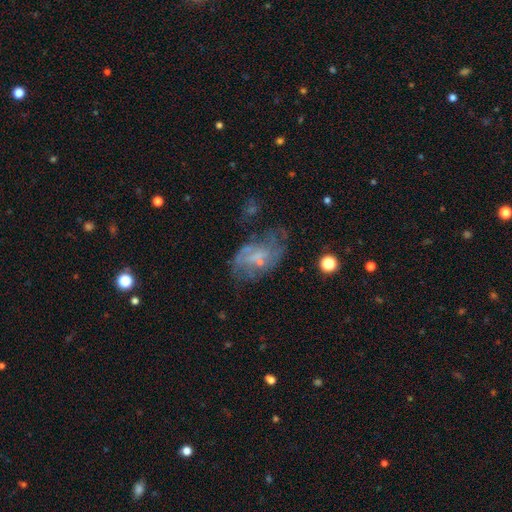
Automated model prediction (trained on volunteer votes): Morphology: type=featured or disk (62%); edge-on=no (96%); bar=no (57%); spiral arms=yes (60%); bulge=small (48%); merging=none (44%).